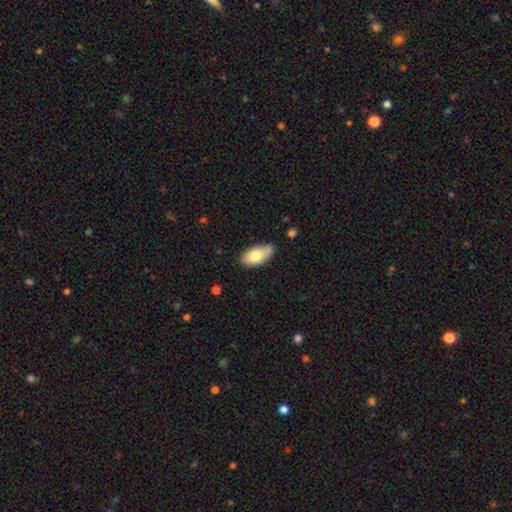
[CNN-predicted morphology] smooth-or-featured: smooth: 75% | featured or disk: 18% | star or artifact: 7%
  how-rounded: in between: 93% | round: 4% | cigar-shaped: 3%
  merging: none: 65% | minor disturbance: 26% | major disturbance: 5% | merger: 4%